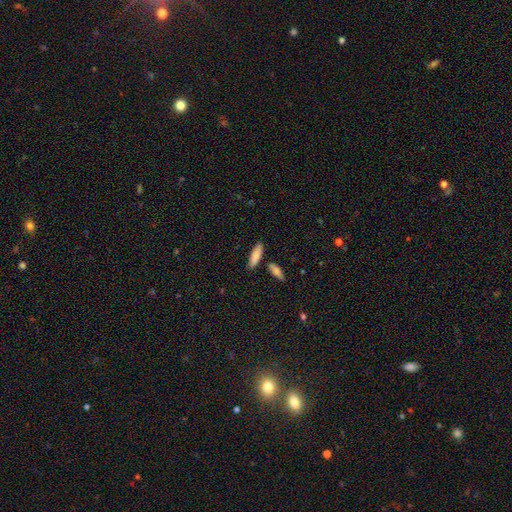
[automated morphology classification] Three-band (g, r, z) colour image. It shows a smooth galaxy with no disk features (84%) that is cigar-shaped (50%). Merging: none (77%).